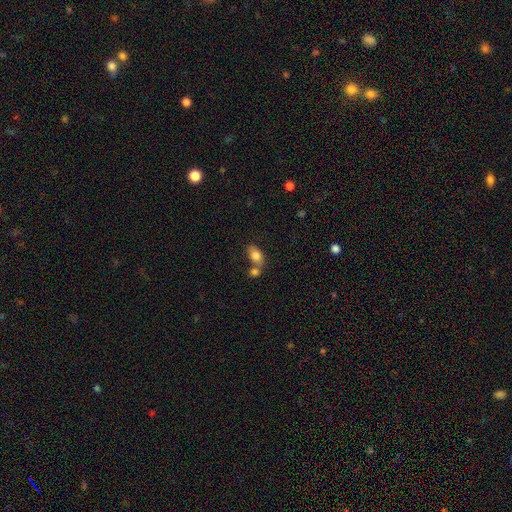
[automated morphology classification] Smooth or featured? Predicted: smooth (p=0.81). How rounded? Predicted: in between (p=0.86). Merging? Predicted: merger (p=0.43).